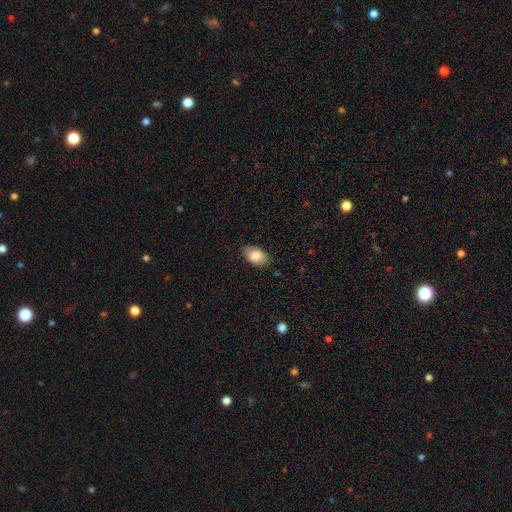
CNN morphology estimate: The model was most divided on "merging": none: 82%, minor disturbance: 14%, major disturbance: 2%, merger: 1%. More confident: how rounded — in between (91%); smooth or featured — smooth (83%).